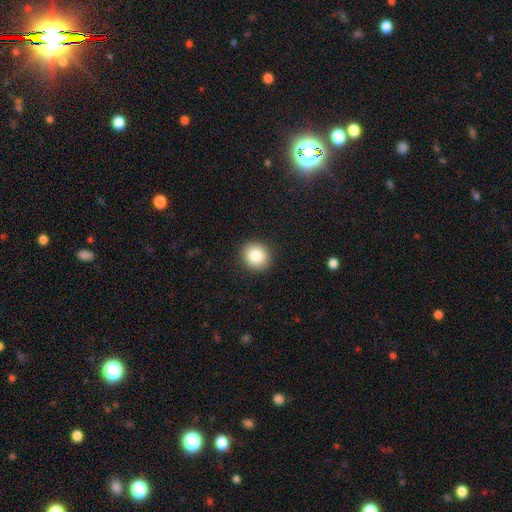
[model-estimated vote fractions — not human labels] Smooth or featured?
  - smooth: 86% *
  - star or artifact: 9%
  - featured or disk: 5%
How rounded?
  - round: 85% *
  - in between: 14%
  - cigar-shaped: 1%
Merging?
  - none: 91% *
  - minor disturbance: 6%
  - major disturbance: 2%
  - merger: 1%